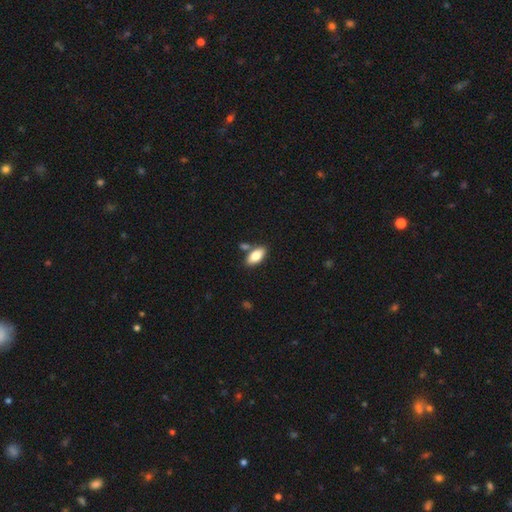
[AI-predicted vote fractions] Morphology: type=smooth (80%); roundness=in between (89%); merging=none (73%).